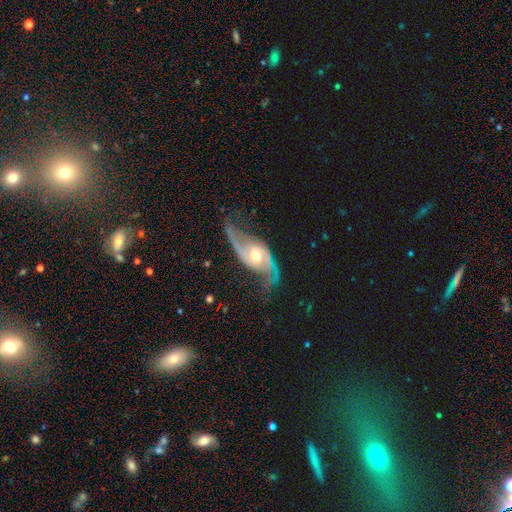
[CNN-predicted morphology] A featured or disk galaxy (91%) with no bar (52%), 2 (91%) loose (49%) spiral arms (97%) and a moderate central bulge (64%). Merging: none (69%).